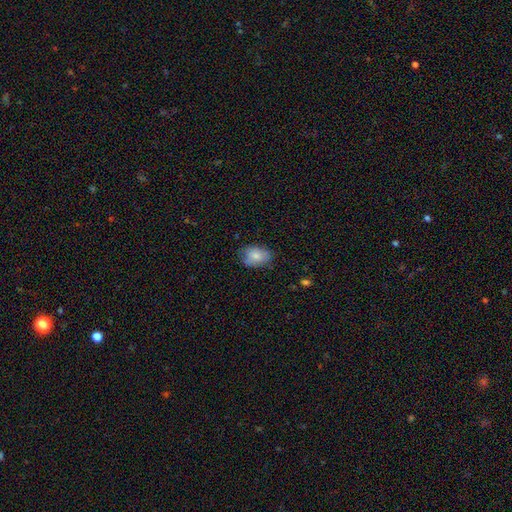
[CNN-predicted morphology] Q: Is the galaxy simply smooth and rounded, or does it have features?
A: smooth — 80%.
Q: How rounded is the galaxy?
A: in between — 80%.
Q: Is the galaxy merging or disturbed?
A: none — 70%.